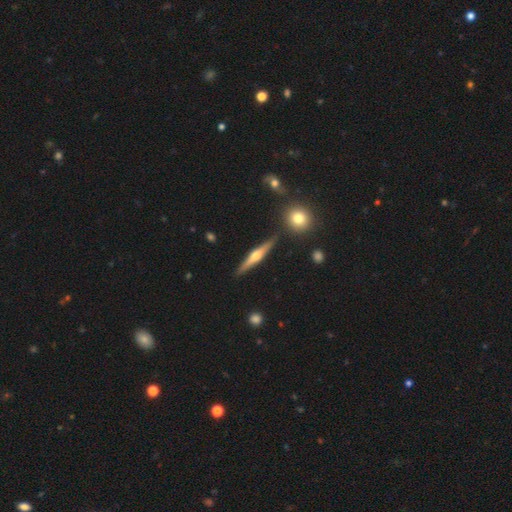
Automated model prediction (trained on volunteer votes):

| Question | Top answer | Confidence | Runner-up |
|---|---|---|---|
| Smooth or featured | featured or disk | 69% | smooth (25%) |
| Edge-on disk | yes | 97% | no (3%) |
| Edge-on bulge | rounded | 91% | none (4%) |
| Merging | none | 88% | minor disturbance (8%) |